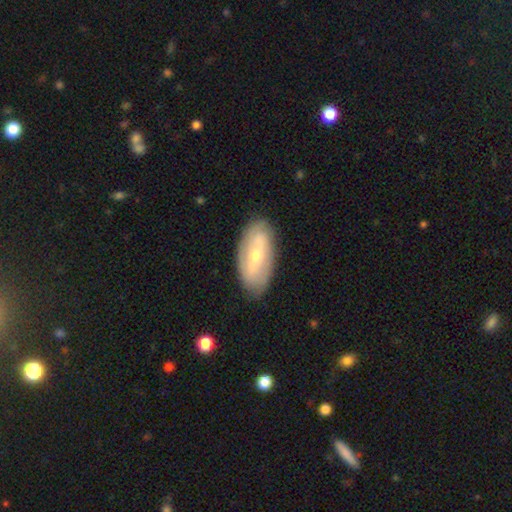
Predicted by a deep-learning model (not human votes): A featured or disk galaxy (59%) with a strong bar (42%), spiral arms (51%) and a moderate central bulge (48%, tied with small).

Vote fractions:
- Smooth or featured? featured or disk: 59% / smooth: 36% / star or artifact: 6%
- Edge-on disk? no: 86% / yes: 14%
- Bar? strong: 42% / weak: 36% / no: 23%
- Spiral arms? yes: 51% / no: 49%
- Bulge size? moderate: 48% (tied) / small: 48% (tied) / large: 2% / none: 1% / dominant: 1%
- Merging? none: 82% / minor disturbance: 13% / major disturbance: 3% / merger: 1%